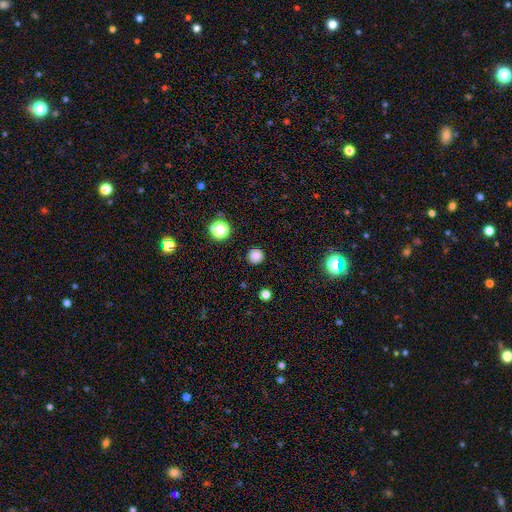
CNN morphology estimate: smooth_or_featured: smooth (p=0.83) [alt: star or artifact p=0.14]
how_rounded: round (p=0.96) [alt: in between p=0.03]
merging: none (p=0.92) [alt: minor disturbance p=0.05]